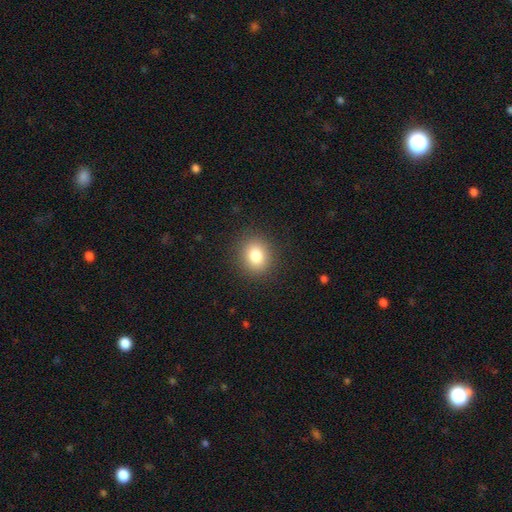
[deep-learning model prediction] smooth-or-featured: smooth: 82% | star or artifact: 11% | featured or disk: 7%
  how-rounded: round: 75% | in between: 24% | cigar-shaped: 1%
  merging: none: 89% | minor disturbance: 7% | major disturbance: 3% | merger: 1%